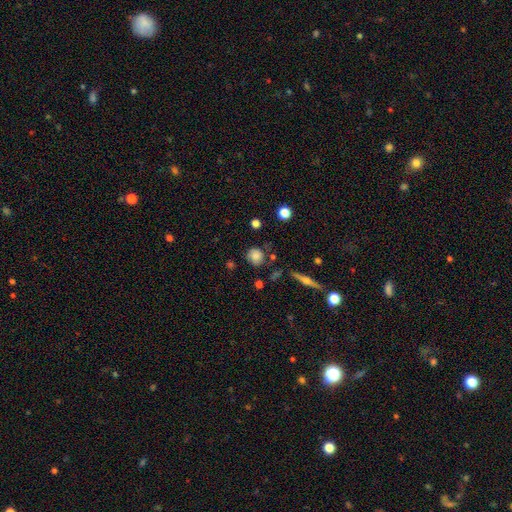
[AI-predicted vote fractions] A smooth galaxy with no disk features (74%) that is round (85%).

Vote fractions:
- Smooth or featured? smooth: 74% / featured or disk: 15% / star or artifact: 10%
- How rounded? round: 85% / in between: 14% / cigar-shaped: 2%
- Merging? none: 73% / minor disturbance: 18% / major disturbance: 5% / merger: 4%